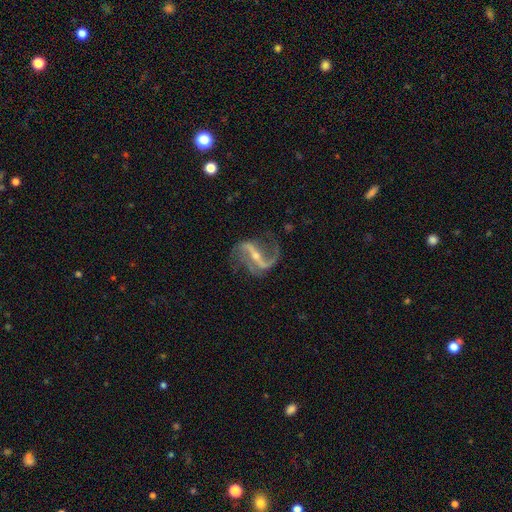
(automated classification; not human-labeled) Overall: featured or disk (91%). Edge-on disk: no (96%). Bar: strong (65%). Spiral arms: yes (97%). Spiral arm count: 2 (87%). Spiral winding: loose (68%). Bulge size: small (65%; moderate 31%). Merging: none (69%).